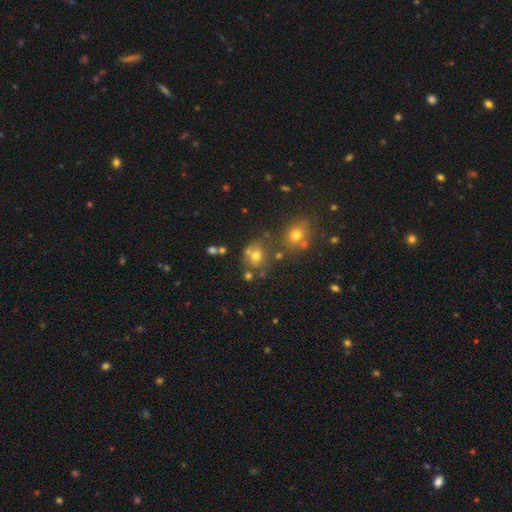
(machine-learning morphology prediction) This appears to be a smooth galaxy with no disk features (58%) that is round (77%). Merging: none (61%).